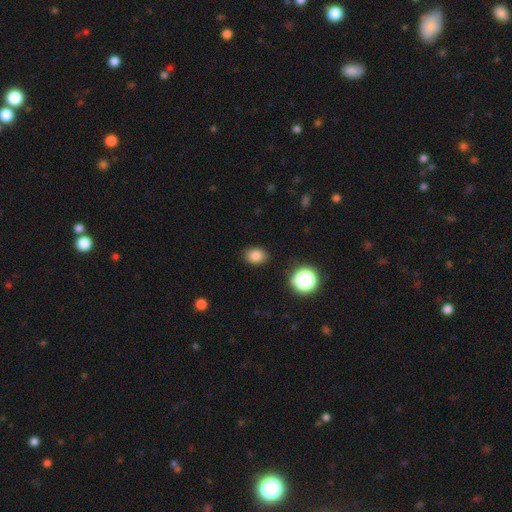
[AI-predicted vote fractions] Smooth or featured? Predicted: smooth (p=0.82). How rounded? Predicted: in between (p=0.57). Merging? Predicted: none (p=0.86).